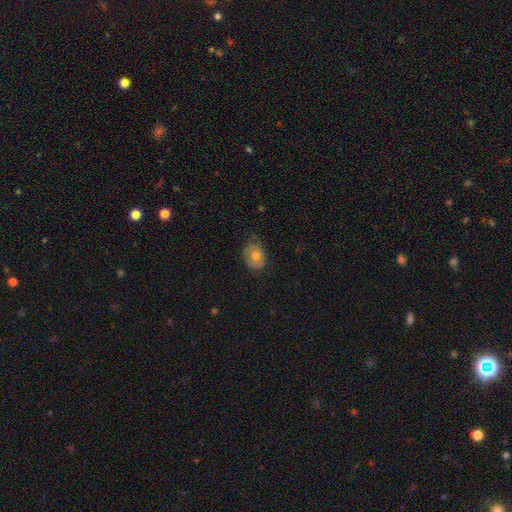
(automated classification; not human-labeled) smooth_or_featured: smooth (p=0.65) [alt: featured or disk p=0.27]
how_rounded: in between (p=0.65) [alt: round p=0.34]
merging: none (p=0.61) [alt: minor disturbance p=0.30]